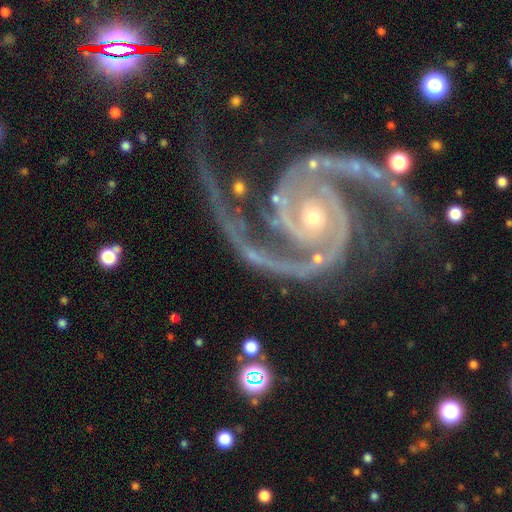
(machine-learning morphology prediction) featured or disk 92%, star or artifact 5%, smooth 3%. Down the decision tree: edge-on disk — no (98%); bar — no (70%); spiral arms — yes (98%); spiral arm count — 2 (85%); spiral winding — medium (46%); bulge size — small (64%); merging — none (53%).